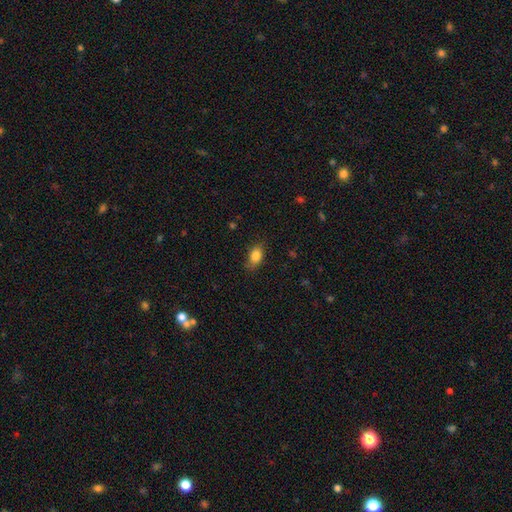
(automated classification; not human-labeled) Q: Smooth or featured?
A: smooth (84%); runner-up: star or artifact (8%)
Q: How rounded?
A: in between (85%); runner-up: round (12%)
Q: Merging?
A: none (77%); runner-up: minor disturbance (18%)